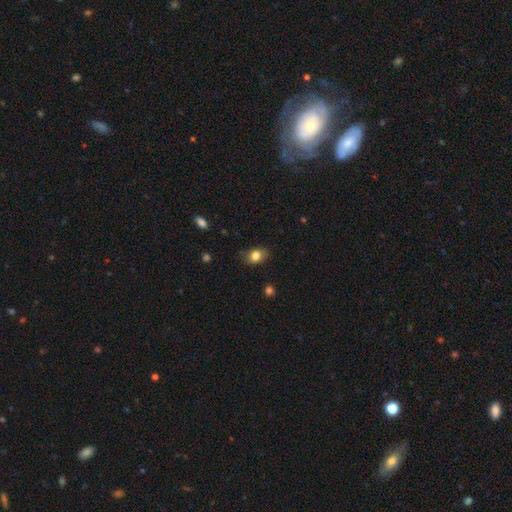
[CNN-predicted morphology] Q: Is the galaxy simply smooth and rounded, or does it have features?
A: smooth — 82%.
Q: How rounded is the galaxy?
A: in between — 75%.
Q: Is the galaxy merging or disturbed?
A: none — 79%.